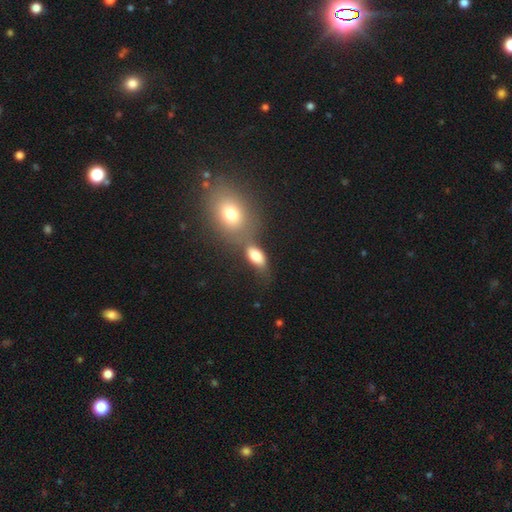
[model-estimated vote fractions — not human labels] smooth 78%, featured or disk 12%, star or artifact 10%. Down the decision tree: how rounded — in between (84%); merging — none (46%).